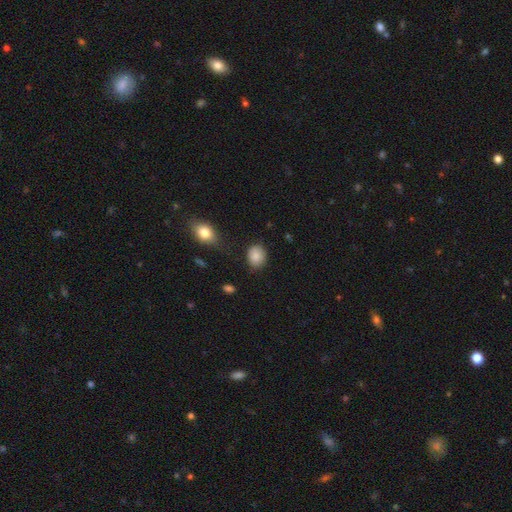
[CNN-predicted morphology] type=smooth (86%); roundness=round (52%); merging=none (80%).